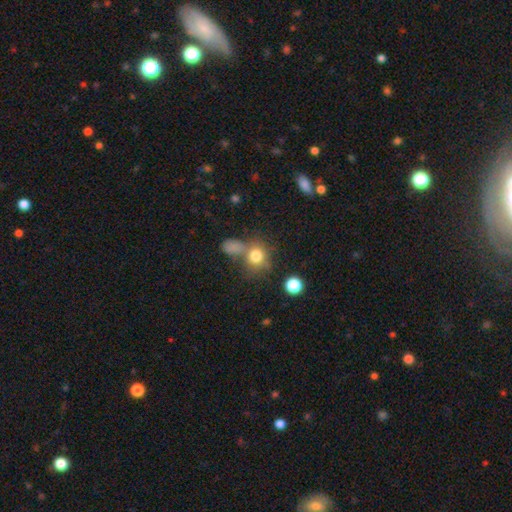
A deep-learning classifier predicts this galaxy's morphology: A smooth galaxy with no disk features (76%) that is round (76%). Merging: none (50%).